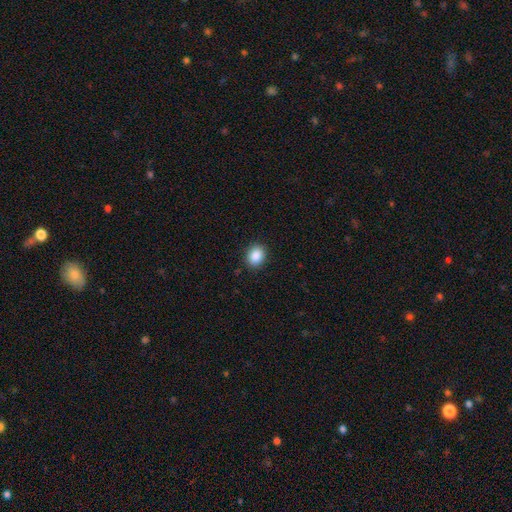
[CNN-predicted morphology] Smooth or featured: smooth — 88% (star or artifact — 9%)
How rounded: round — 55% (in between — 44%)
Merging: none — 89% (minor disturbance — 8%)